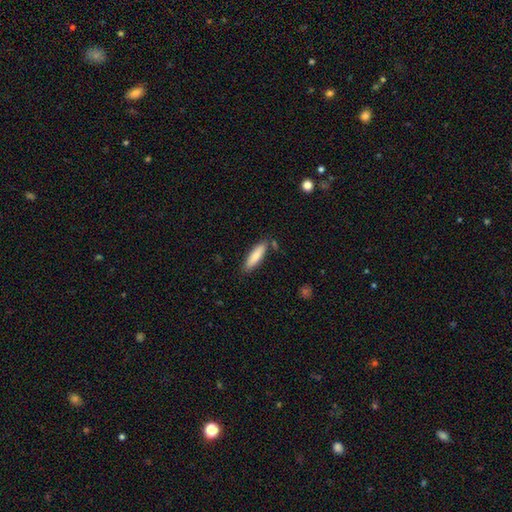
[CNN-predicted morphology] Smooth or featured?
  - smooth: 81% *
  - featured or disk: 13%
  - star or artifact: 6%
How rounded?
  - cigar-shaped: 66% *
  - in between: 32%
  - round: 1%
Merging?
  - none: 81% *
  - minor disturbance: 12%
  - merger: 4%
  - major disturbance: 3%